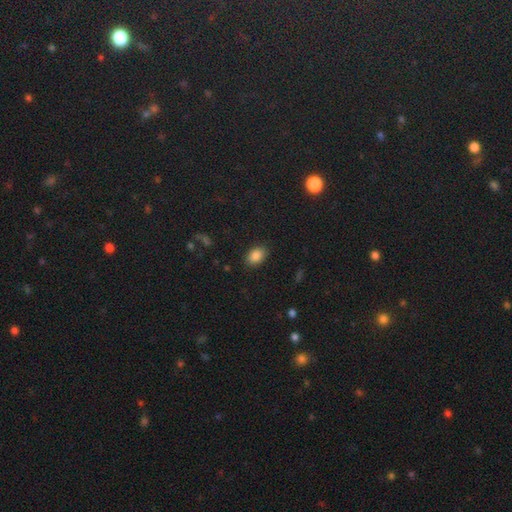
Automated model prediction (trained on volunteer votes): Smooth or featured? smooth (86%)
How rounded? in between (85%)
Merging? none (87%)